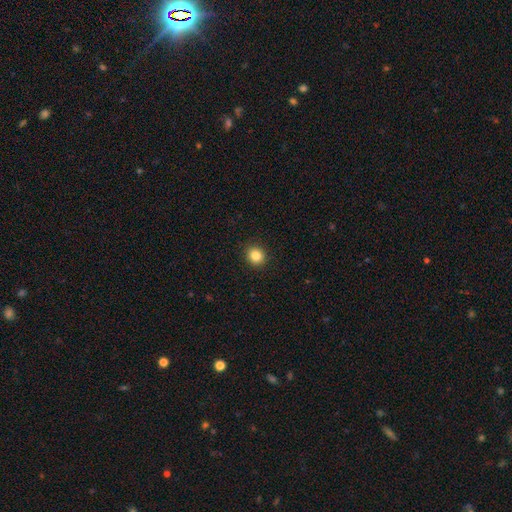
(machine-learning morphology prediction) A smooth galaxy with no disk features (85%) that is round (85%). Merging: none (92%).